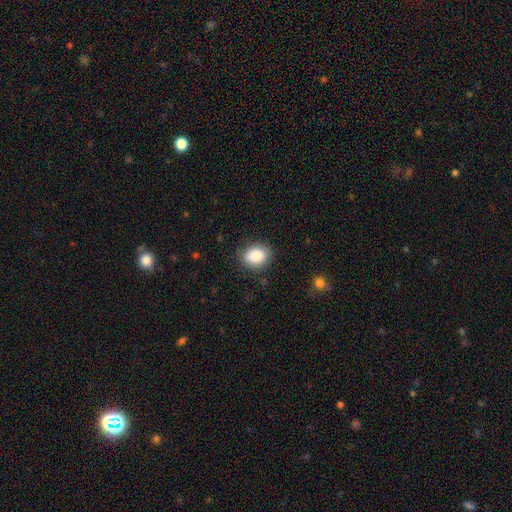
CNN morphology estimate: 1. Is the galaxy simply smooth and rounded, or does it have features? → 88% smooth, 8% star or artifact, 5% featured or disk.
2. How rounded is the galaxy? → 64% in between, 35% round, 1% cigar-shaped.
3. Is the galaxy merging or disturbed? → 83% none, 12% minor disturbance, 3% major disturbance, 1% merger.